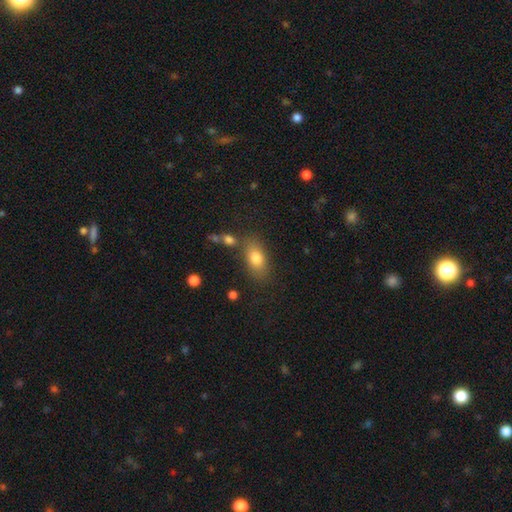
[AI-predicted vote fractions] Morphology: type=smooth (76%); roundness=in between (83%); merging=none (76%).